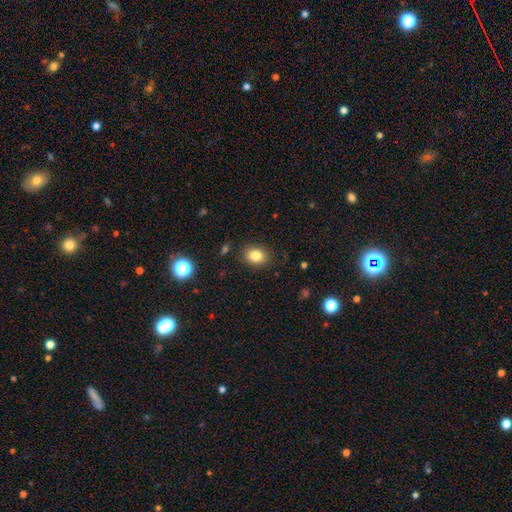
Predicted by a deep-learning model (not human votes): Smooth or featured: smooth — 82% (star or artifact — 11%)
How rounded: in between — 57% (round — 42%)
Merging: none — 86% (minor disturbance — 10%)